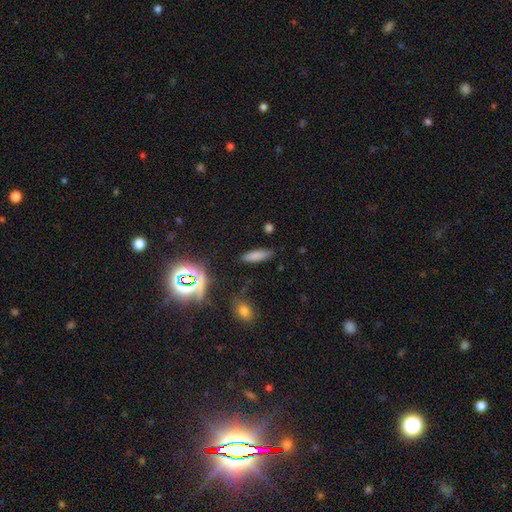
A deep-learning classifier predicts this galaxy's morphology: smooth-or-featured: smooth: 77% | star or artifact: 13% | featured or disk: 10%
  how-rounded: in between: 49% | cigar-shaped: 48% | round: 3%
  merging: none: 83% | minor disturbance: 12% | major disturbance: 3% | merger: 2%